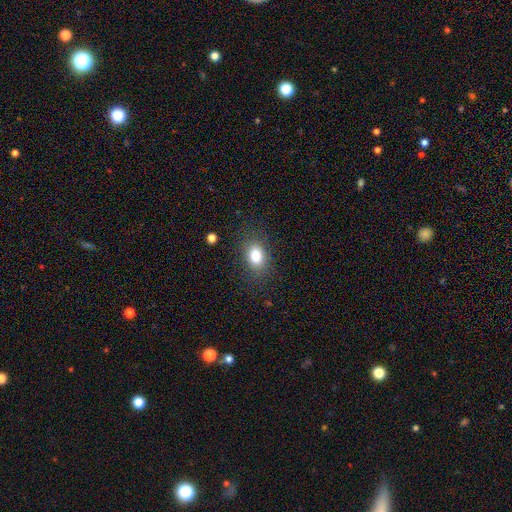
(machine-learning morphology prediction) Smooth or featured? smooth (82%)
How rounded? in between (77%)
Merging? none (82%)